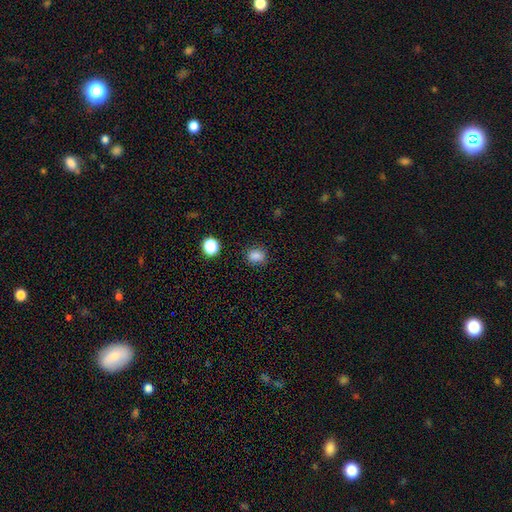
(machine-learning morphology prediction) Smooth or featured: smooth — 83% (star or artifact — 13%)
How rounded: round — 55% (in between — 44%)
Merging: none — 81% (minor disturbance — 14%)